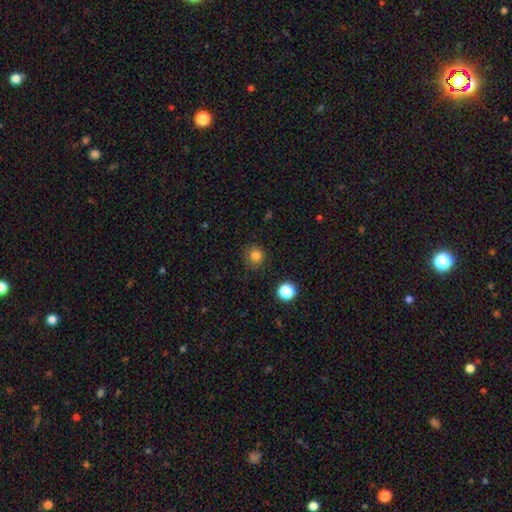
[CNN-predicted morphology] This appears to be a smooth galaxy with no disk features (81%) that is round (91%). Merging: none (85%).